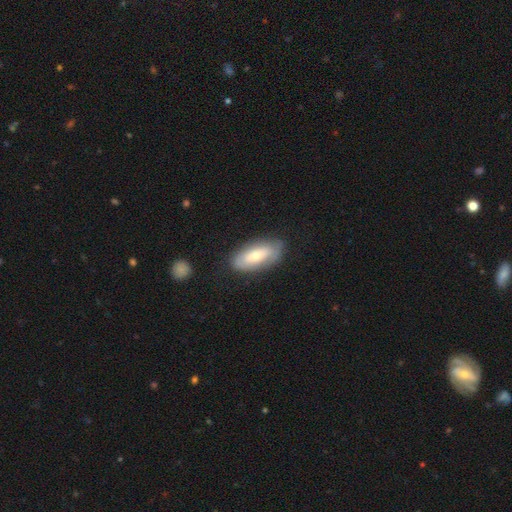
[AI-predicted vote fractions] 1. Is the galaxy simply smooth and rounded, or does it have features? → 61% smooth, 33% featured or disk, 6% star or artifact.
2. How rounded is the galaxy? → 85% in between, 12% cigar-shaped, 3% round.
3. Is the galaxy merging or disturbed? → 77% none, 17% minor disturbance, 5% major disturbance, 2% merger.